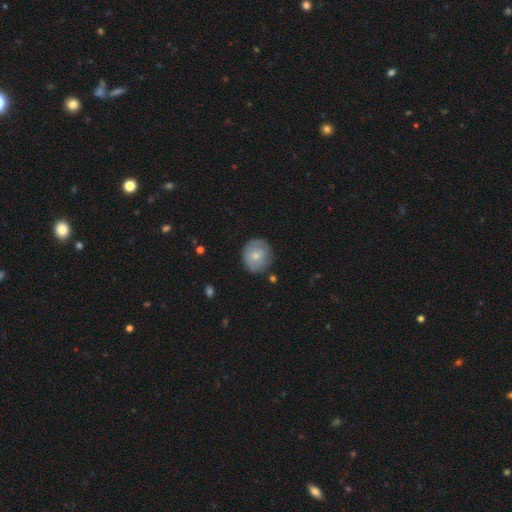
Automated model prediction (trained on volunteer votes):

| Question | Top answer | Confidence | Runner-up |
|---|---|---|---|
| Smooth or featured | smooth | 68% | featured or disk (25%) |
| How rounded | round | 84% | in between (15%) |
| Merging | none | 78% | minor disturbance (17%) |